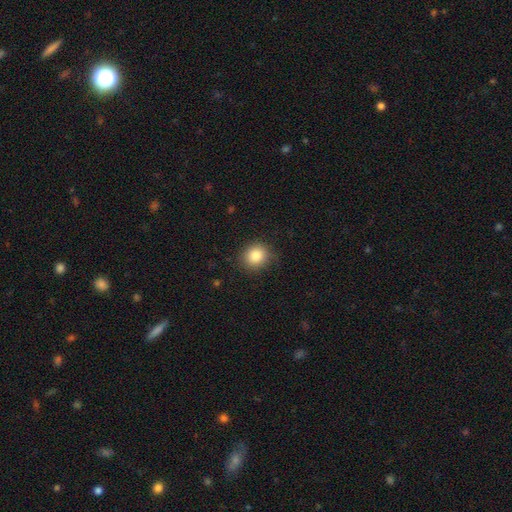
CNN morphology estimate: Smooth or featured? smooth (84%)
How rounded? round (80%)
Merging? none (86%)